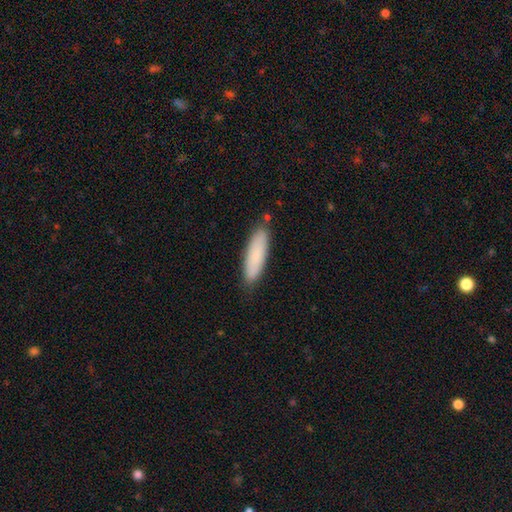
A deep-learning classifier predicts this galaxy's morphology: Smooth or featured? smooth (84%)
How rounded? cigar-shaped (64%)
Merging? none (84%)